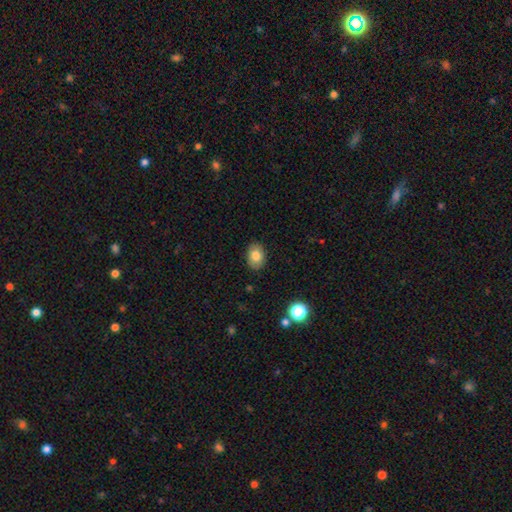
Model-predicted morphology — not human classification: This appears to be a smooth galaxy with no disk features (80%) that is in between round and cigar-shaped (72%). Merging: none (87%).